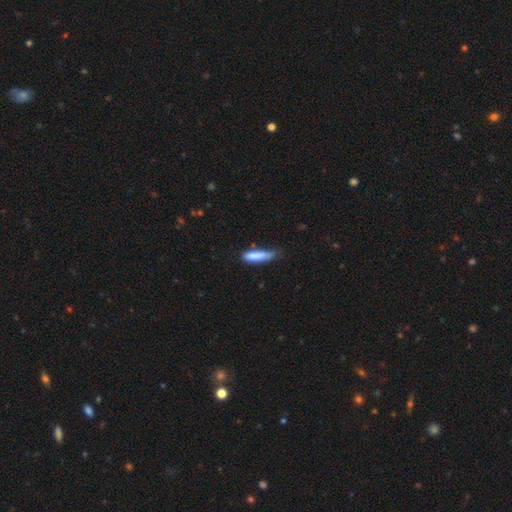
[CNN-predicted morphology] A smooth galaxy with no disk features (82%) that is cigar-shaped (74%). Merging: none (51%).